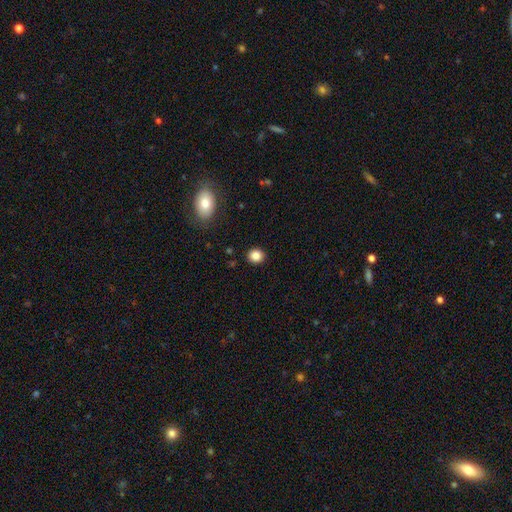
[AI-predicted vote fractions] The model was most divided on "how rounded": round: 77%, in between: 22%, cigar-shaped: 1%. More confident: merging — none (90%); smooth or featured — smooth (86%).